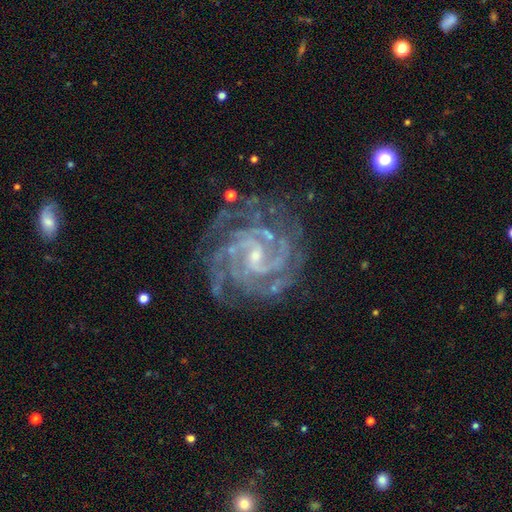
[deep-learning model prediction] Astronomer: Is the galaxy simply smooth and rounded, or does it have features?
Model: featured or disk — 92%.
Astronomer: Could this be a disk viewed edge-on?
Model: no — 98%.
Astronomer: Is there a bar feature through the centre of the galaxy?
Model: weak — 48% (runner-up: no, 35%).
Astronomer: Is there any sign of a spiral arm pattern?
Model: yes — 99%.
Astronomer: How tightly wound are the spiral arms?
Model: tight — 68%.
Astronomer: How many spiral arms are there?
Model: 2 — 26% (runner-up: 3, 23%).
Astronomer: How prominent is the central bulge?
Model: small — 74%.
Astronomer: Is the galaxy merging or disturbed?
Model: none — 74%.